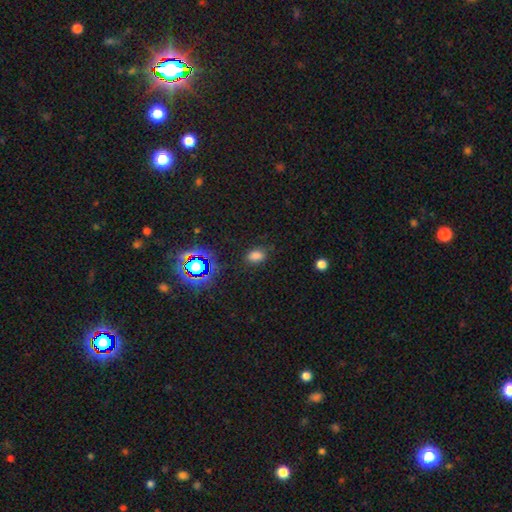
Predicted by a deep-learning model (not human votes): smooth 73%, star or artifact 21%, featured or disk 6%. Down the decision tree: how rounded — in between (81%); merging — none (81%).